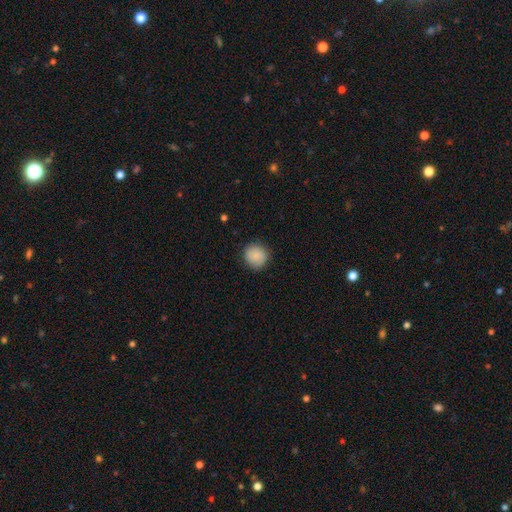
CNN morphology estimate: This appears to be a smooth galaxy with no disk features (85%) that is round (90%). Merging: none (87%).